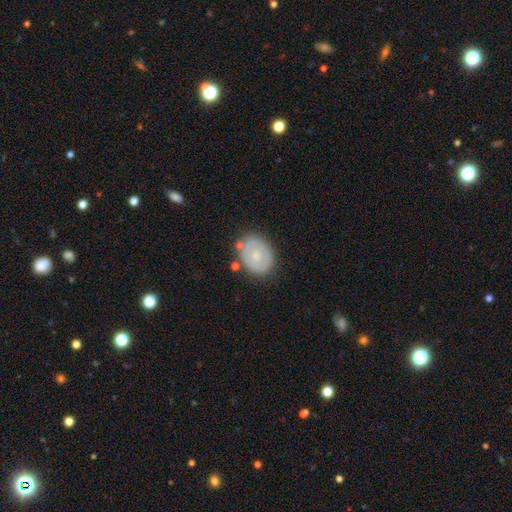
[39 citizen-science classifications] Volunteers were most divided on "smooth or featured": featured or disk: 54%, smooth: 44%, star or artifact: 3%. More confident: edge-on disk — no (95%); bar — no (95%); spiral arms — no (90%); merging — none (76%); bulge size — moderate (55%).